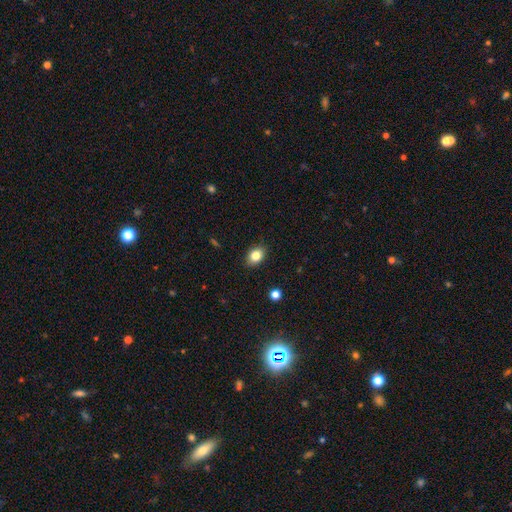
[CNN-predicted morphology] Smooth or featured?
  - smooth: 83% *
  - star or artifact: 9%
  - featured or disk: 7%
How rounded?
  - in between: 73% *
  - round: 26%
  - cigar-shaped: 1%
Merging?
  - none: 87% *
  - minor disturbance: 10%
  - major disturbance: 2%
  - merger: 1%